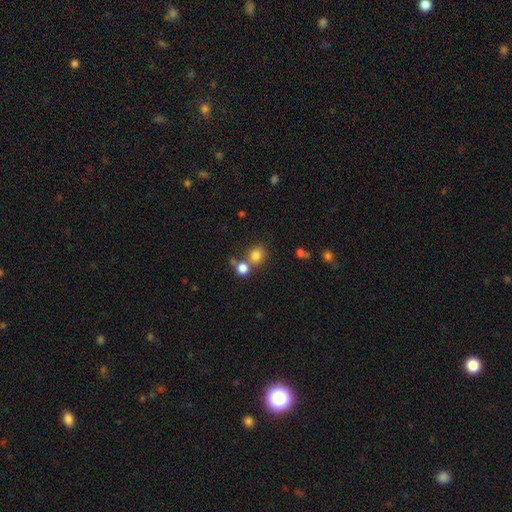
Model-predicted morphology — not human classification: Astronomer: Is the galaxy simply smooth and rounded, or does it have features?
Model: smooth — 80%.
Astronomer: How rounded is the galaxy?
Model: round — 77%.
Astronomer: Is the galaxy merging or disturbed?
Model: none — 58%.